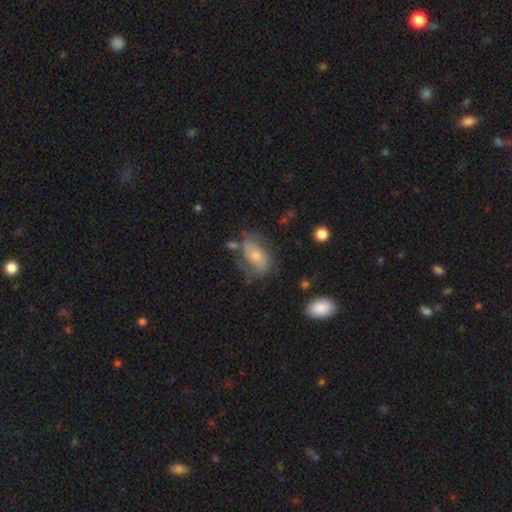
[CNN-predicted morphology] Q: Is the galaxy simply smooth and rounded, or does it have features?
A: featured or disk — 49%.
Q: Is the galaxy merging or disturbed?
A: none — 52%.